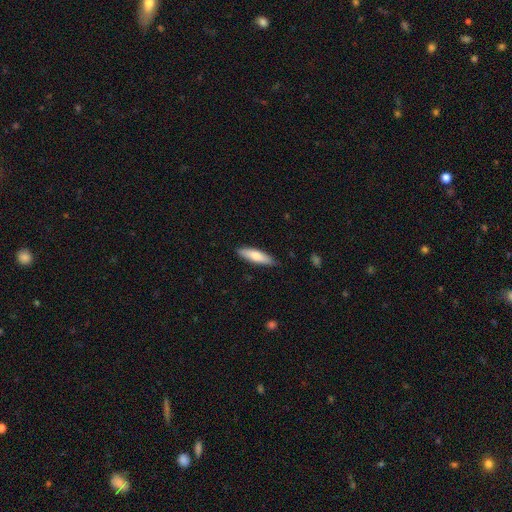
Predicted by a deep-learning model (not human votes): smooth_or_featured: smooth (p=0.76) [alt: featured or disk p=0.19]
how_rounded: cigar-shaped (p=0.63) [alt: in between p=0.35]
merging: none (p=0.86) [alt: minor disturbance p=0.11]